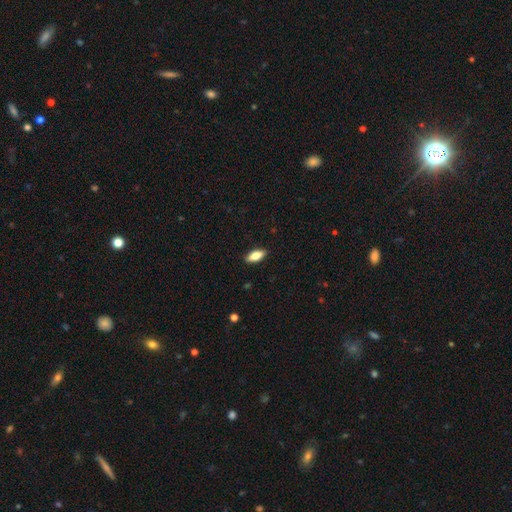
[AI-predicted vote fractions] Overall: smooth (75%). How rounded: in between (79%). Merging: none (89%).